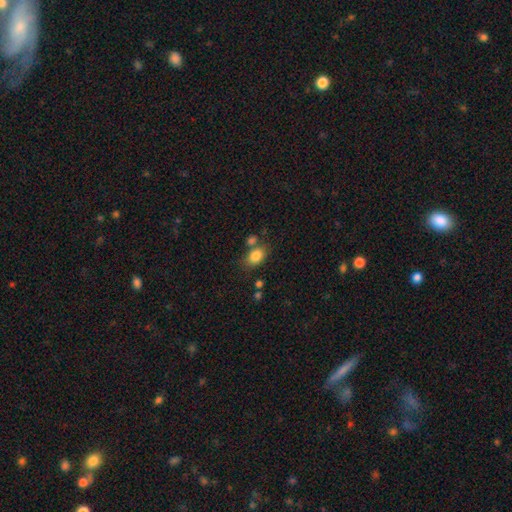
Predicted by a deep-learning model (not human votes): A smooth galaxy with no disk features (84%) that is in between round and cigar-shaped (80%). Merging: none (63%).